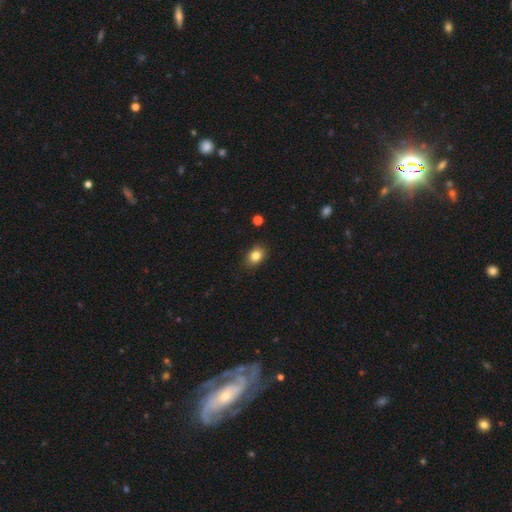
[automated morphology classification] This is clearly a smooth galaxy (84%). How rounded: likely in between (65%). Merging: clearly none (86%).